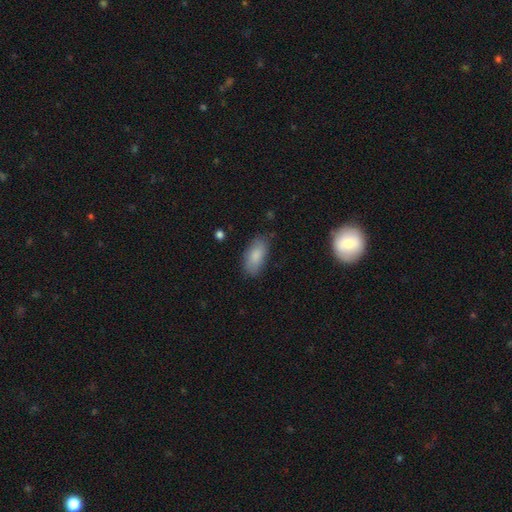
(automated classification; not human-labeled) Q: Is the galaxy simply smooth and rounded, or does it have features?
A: smooth — 84%.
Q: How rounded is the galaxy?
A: in between — 90%.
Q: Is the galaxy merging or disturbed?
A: none — 77%.